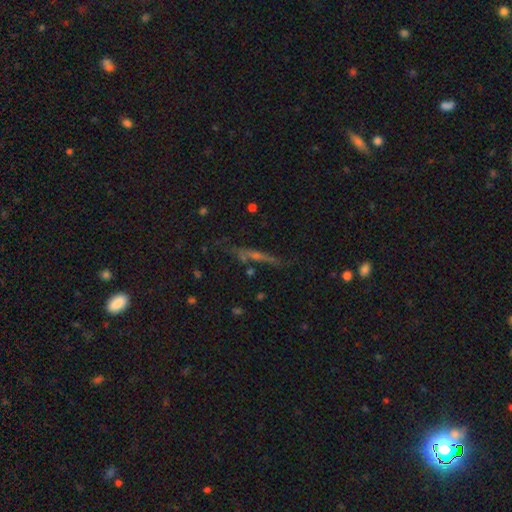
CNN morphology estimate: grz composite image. It shows a featured or disk galaxy (50%) viewed edge-on (87%). Merging: none (73%).